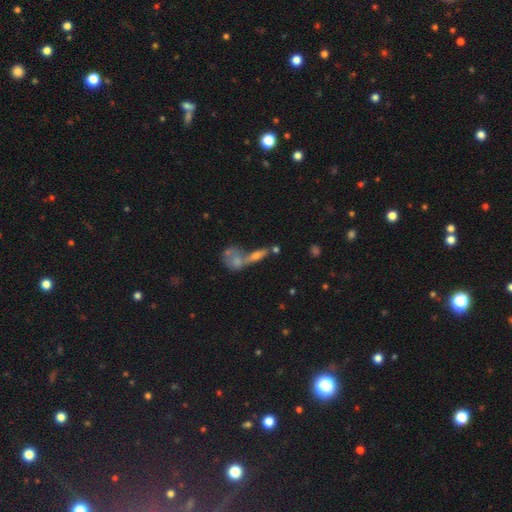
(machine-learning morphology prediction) This is marginally a smooth galaxy (44%). Merging: possibly merger (49%).